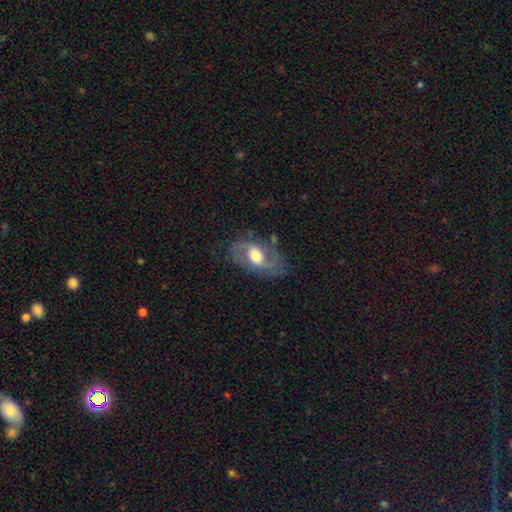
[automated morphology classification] This is likely a featured or disk galaxy (77%). It is clearly not viewed edge-on (95%). Bar: possibly no (48%). Spiral arm pattern: clearly yes (88%). Spiral arm count: clearly 2 (87%). Spiral winding: possibly medium (47%). Central bulge: possibly moderate (54%). Merging: likely none (64%).